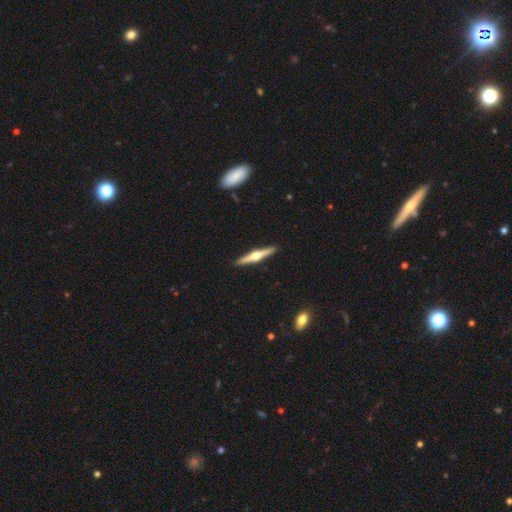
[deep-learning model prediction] Smooth or featured: featured or disk — 77% (smooth — 19%)
Edge-on disk: yes — 98% (no — 2%)
Edge-on bulge: rounded — 96% (boxy — 2%)
Merging: none — 93% (minor disturbance — 5%)